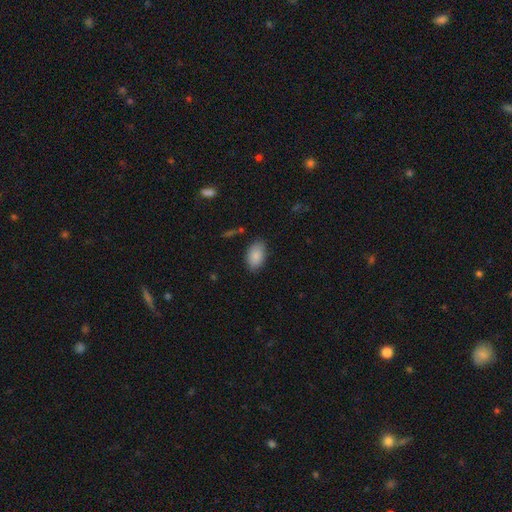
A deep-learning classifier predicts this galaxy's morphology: Overall: smooth (88%). How rounded: in between (92%). Merging: none (85%).